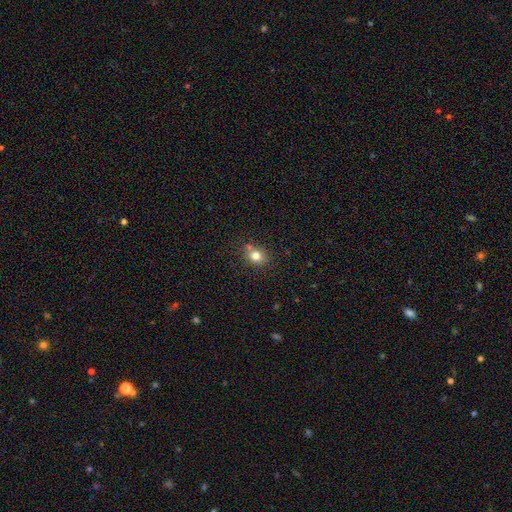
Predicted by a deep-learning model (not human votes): Smooth or featured? smooth (79%)
How rounded? round (69%)
Merging? none (70%)